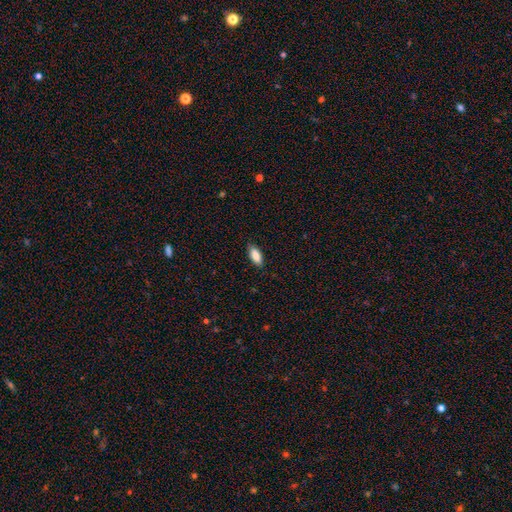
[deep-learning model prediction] smooth-or-featured: smooth: 85% | featured or disk: 9% | star or artifact: 6%
  how-rounded: in between: 82% | cigar-shaped: 16% | round: 2%
  merging: none: 87% | minor disturbance: 10% | major disturbance: 2% | merger: 1%